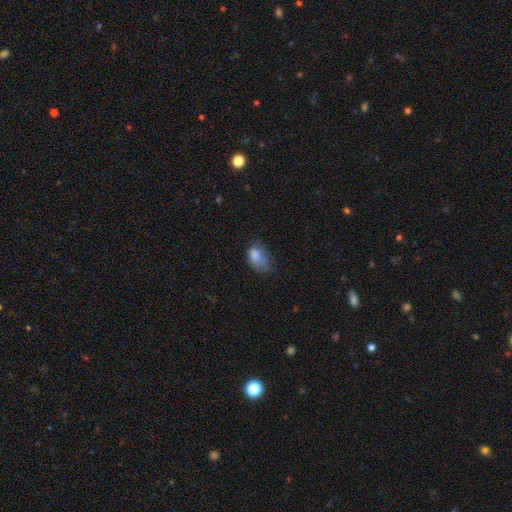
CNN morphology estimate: smooth 78%, featured or disk 13%, star or artifact 9%. Down the decision tree: how rounded — in between (84%); merging — minor disturbance (38%).